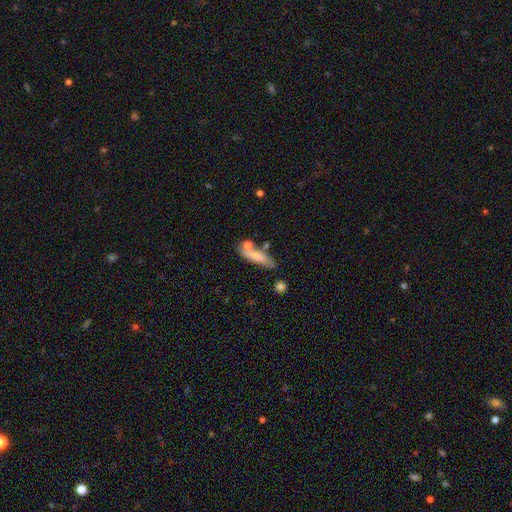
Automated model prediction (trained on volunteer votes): Smooth or featured? smooth (70%)
How rounded? cigar-shaped (62%)
Merging? none (56%)